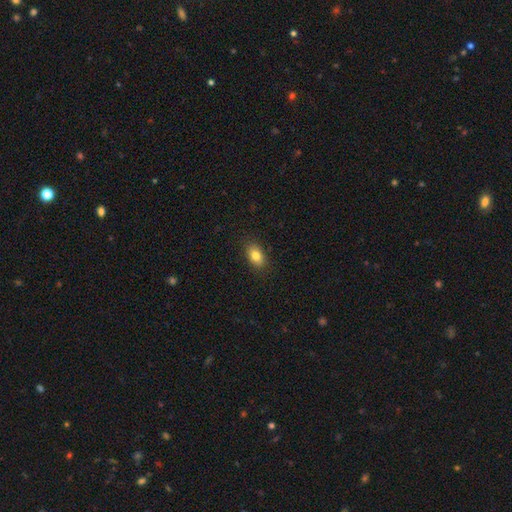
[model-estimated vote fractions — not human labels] Smooth or featured? smooth (82%)
How rounded? in between (86%)
Merging? none (87%)